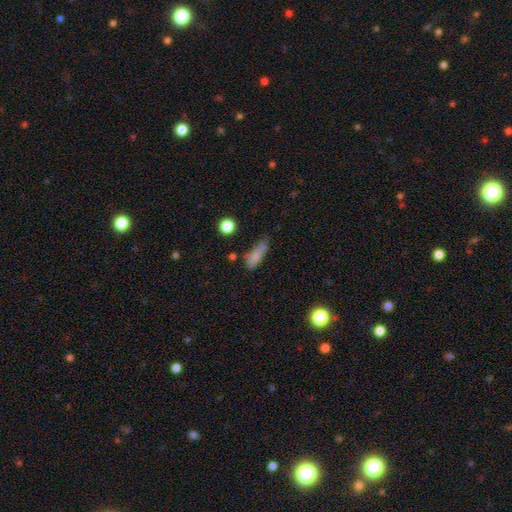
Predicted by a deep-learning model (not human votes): This appears to be a smooth galaxy with no disk features (78%) that is in between round and cigar-shaped (49%). Merging: none (46%).